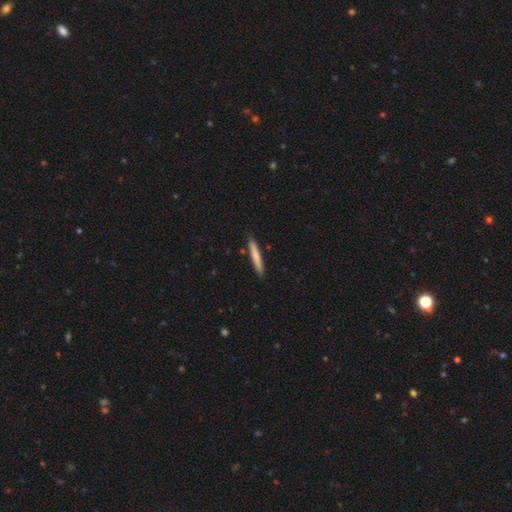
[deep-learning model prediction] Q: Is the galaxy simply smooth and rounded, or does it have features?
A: smooth — 76%.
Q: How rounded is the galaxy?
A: cigar-shaped — 95%.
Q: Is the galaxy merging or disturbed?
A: none — 89%.